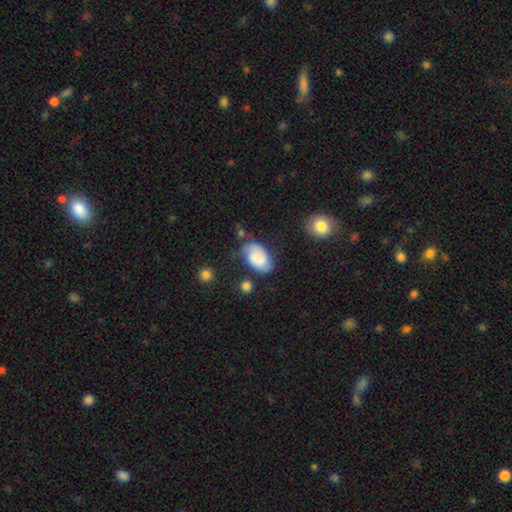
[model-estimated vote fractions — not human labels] smooth_or_featured: smooth (p=0.74) [alt: featured or disk p=0.18]
how_rounded: in between (p=0.92) [alt: round p=0.06]
merging: none (p=0.56) [alt: minor disturbance p=0.27]